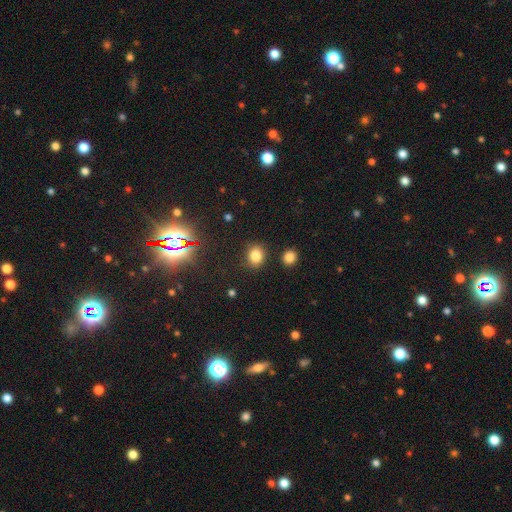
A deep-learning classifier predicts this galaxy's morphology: The model was most divided on "how rounded": round: 65%, in between: 34%, cigar-shaped: 1%. More confident: merging — none (84%); smooth or featured — smooth (79%).